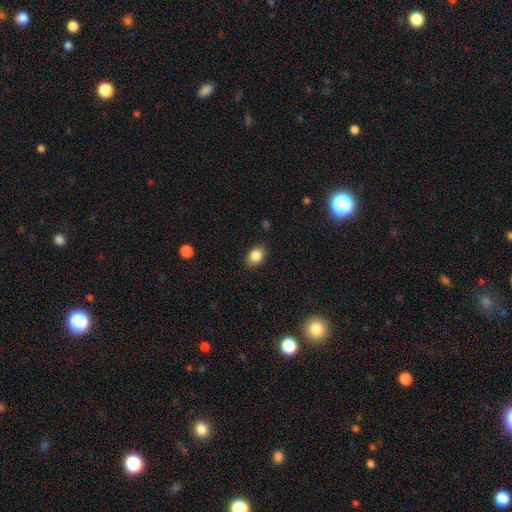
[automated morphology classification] smooth 85%, star or artifact 9%, featured or disk 7%. Down the decision tree: how rounded — in between (76%); merging — none (85%).